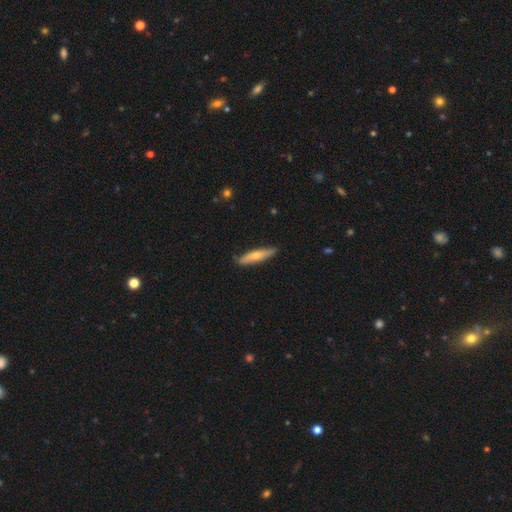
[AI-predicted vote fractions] This is possibly a smooth galaxy (58%). How rounded: clearly cigar-shaped (81%). Merging: clearly none (84%).